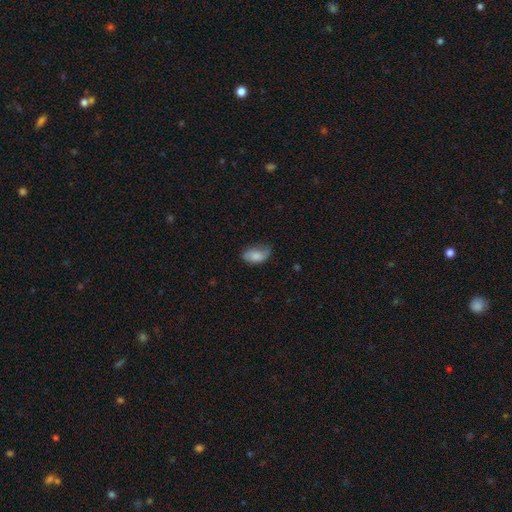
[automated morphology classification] This appears to be a smooth galaxy with no disk features (76%) that is in between round and cigar-shaped (92%). Merging: none (55%).